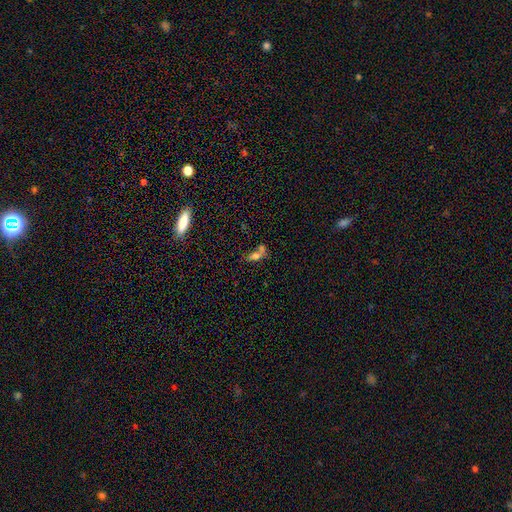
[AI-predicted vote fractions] This is marginally a smooth galaxy (44%). Merging: possibly none (54%).